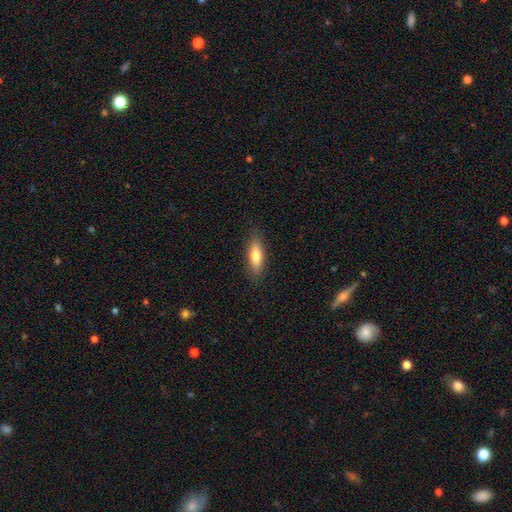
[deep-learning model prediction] Overall: smooth (76%). How rounded: in between (54%; cigar-shaped 44%). Merging: none (86%).